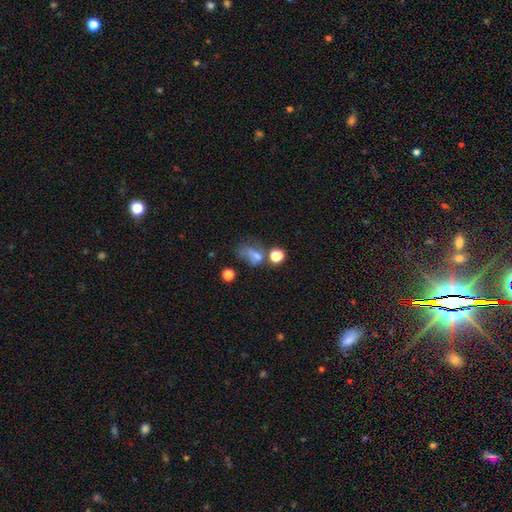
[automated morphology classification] type=smooth (57%); roundness=in between (66%); merging=major disturbance (34%).